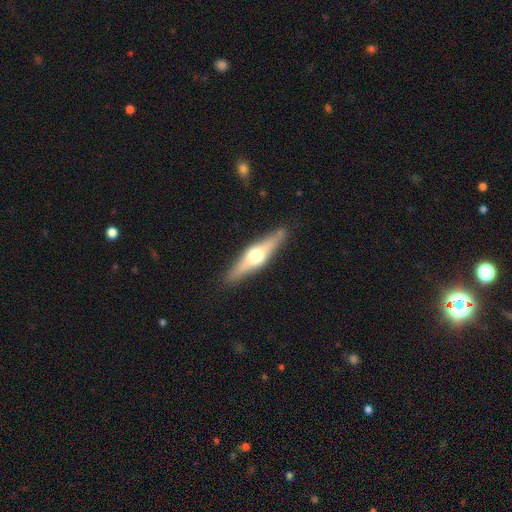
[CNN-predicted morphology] Smooth or featured? featured or disk (63%)
Edge-on disk? yes (94%)
Edge-on bulge? rounded (94%)
Merging? none (86%)